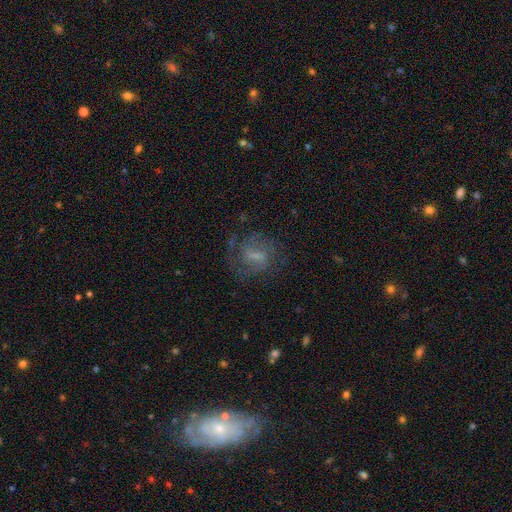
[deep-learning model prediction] smooth_or_featured: featured or disk (p=0.62) [alt: smooth p=0.27]
disk_edge_on: no (p=0.96) [alt: yes p=0.04]
bar: weak (p=0.54) [alt: strong p=0.25]
has_spiral_arms: yes (p=0.82) [alt: no p=0.18]
bulge_size: small (p=0.40) [alt: none p=0.27]
merging: none (p=0.65) [alt: minor disturbance p=0.18]